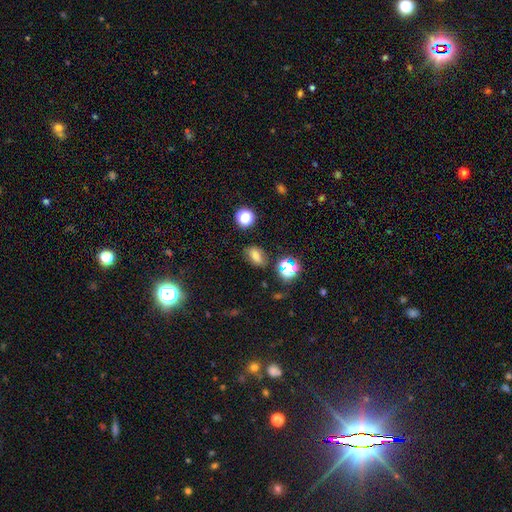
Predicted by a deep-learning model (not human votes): smooth 68%, star or artifact 22%, featured or disk 10%. Down the decision tree: how rounded — in between (78%); merging — none (77%).